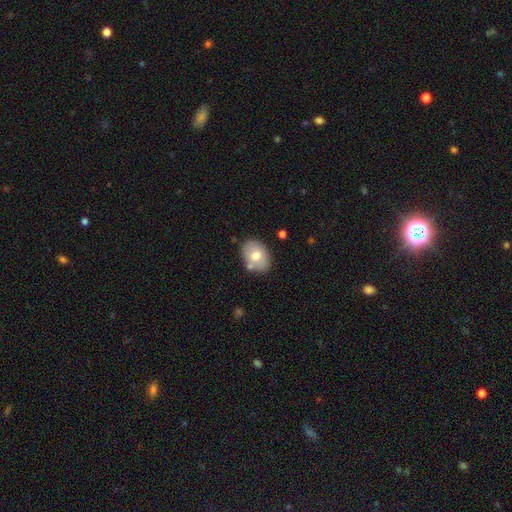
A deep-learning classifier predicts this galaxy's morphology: A smooth galaxy with no disk features (70%) that is in between round and cigar-shaped (74%).

Vote fractions:
- Smooth or featured? smooth: 70% / featured or disk: 23% / star or artifact: 7%
- How rounded? in between: 74% / round: 25% / cigar-shaped: 1%
- Merging? none: 75% / minor disturbance: 14% / merger: 8% / major disturbance: 3%